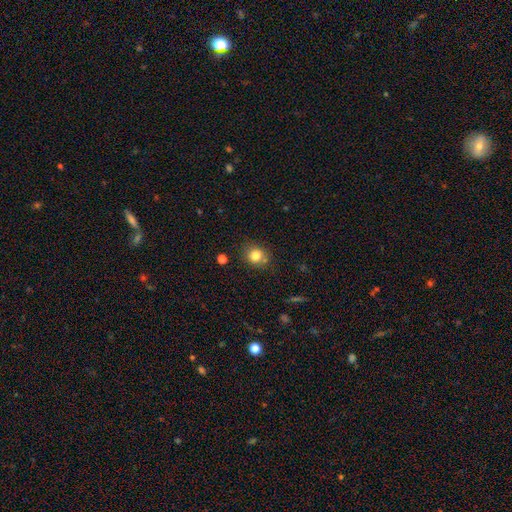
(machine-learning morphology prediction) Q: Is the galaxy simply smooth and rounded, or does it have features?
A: smooth — 81%.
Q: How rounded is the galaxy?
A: round — 80%.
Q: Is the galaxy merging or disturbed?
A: none — 76%.